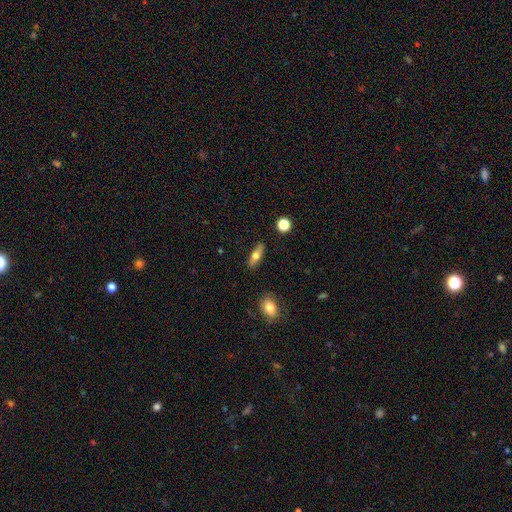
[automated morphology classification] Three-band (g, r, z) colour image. It shows a smooth galaxy with no disk features (62%) that is in between round and cigar-shaped (53%). Merging: none (87%).